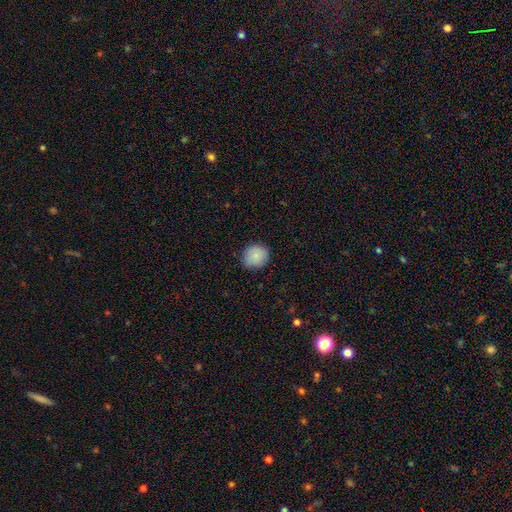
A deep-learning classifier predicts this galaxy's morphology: This is clearly a smooth galaxy (85%). How rounded: clearly round (84%). Merging: clearly none (85%).